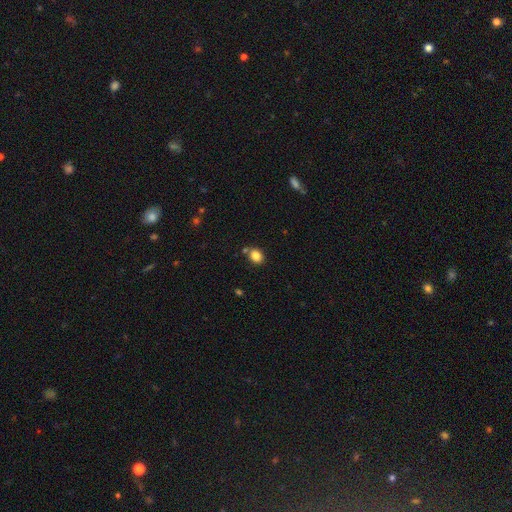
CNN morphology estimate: Q: Smooth or featured?
A: smooth (84%); runner-up: star or artifact (10%)
Q: How rounded?
A: round (50%); runner-up: in between (49%)
Q: Merging?
A: none (73%); runner-up: minor disturbance (13%)